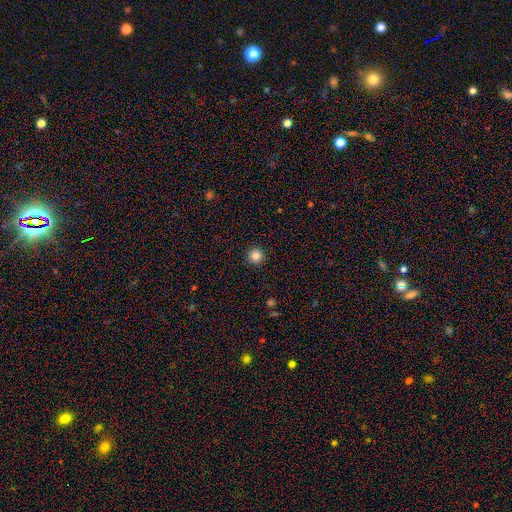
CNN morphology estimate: smooth 84%, star or artifact 11%, featured or disk 4%. Down the decision tree: how rounded — round (96%); merging — none (93%).